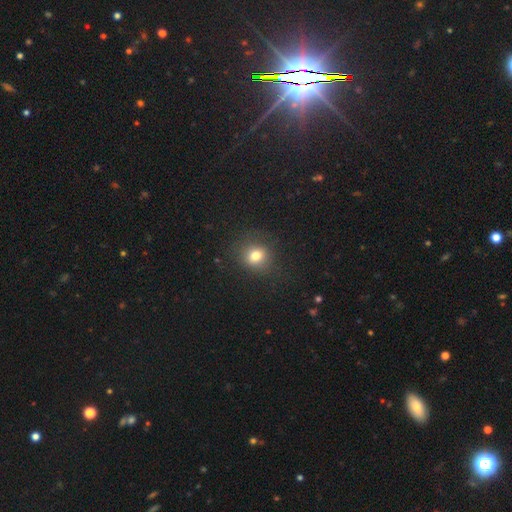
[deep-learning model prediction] Smooth or featured? smooth (76%)
How rounded? round (75%)
Merging? none (81%)